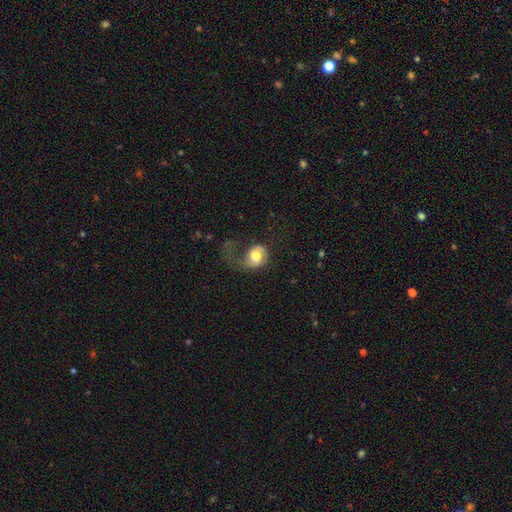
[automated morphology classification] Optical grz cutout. It shows a smooth galaxy with no disk features (55%) that is round (57%). Merging: major disturbance (54%).